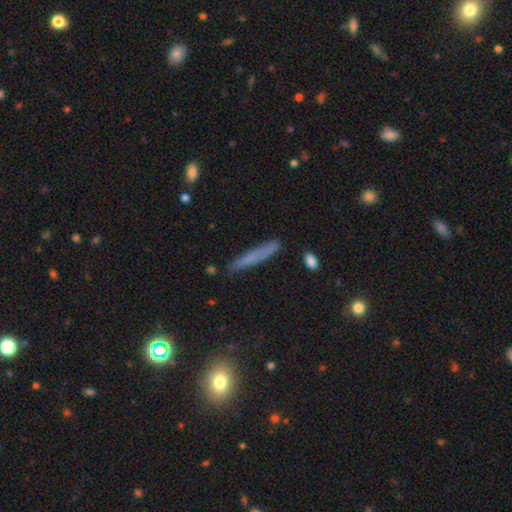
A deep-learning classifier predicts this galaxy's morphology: Smooth or featured? Predicted: smooth (p=0.61). How rounded? Predicted: cigar-shaped (p=0.94). Merging? Predicted: none (p=0.84).